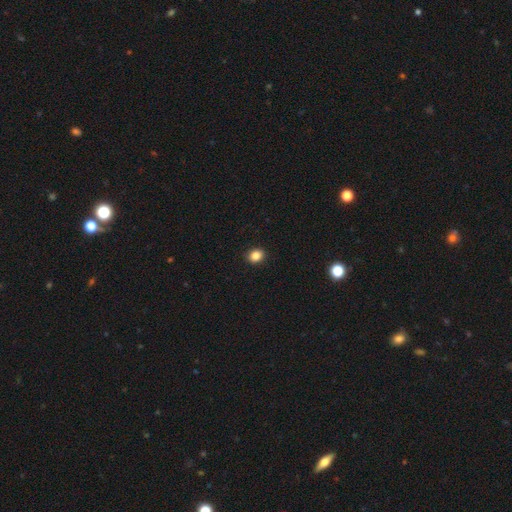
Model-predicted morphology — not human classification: Overall: smooth (86%). How rounded: round (58%; in between 41%). Merging: none (91%).